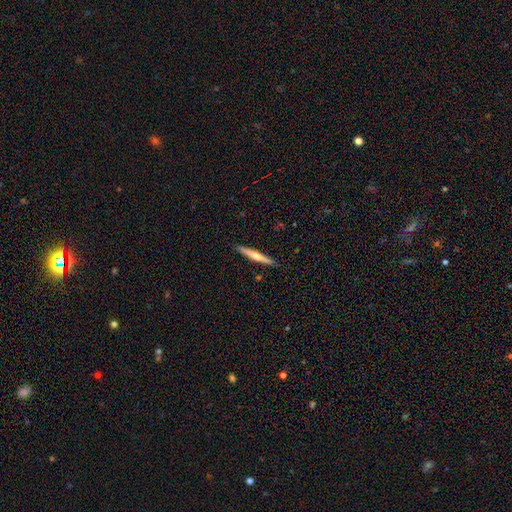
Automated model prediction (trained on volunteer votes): Morphology: type=featured or disk (50%); merging=none (91%).